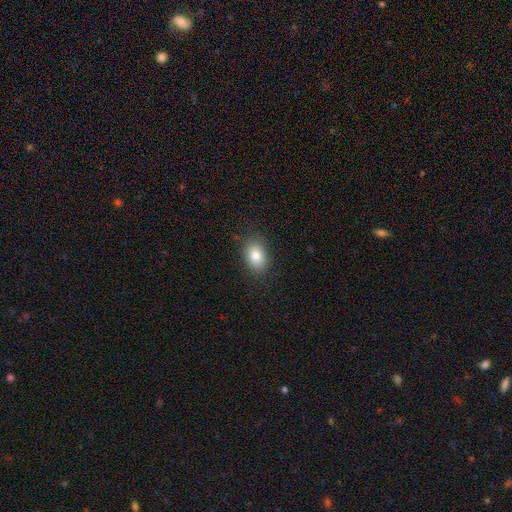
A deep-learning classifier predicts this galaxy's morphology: smooth_or_featured: smooth (p=0.83) [alt: featured or disk p=0.09]
how_rounded: in between (p=0.85) [alt: round p=0.14]
merging: none (p=0.85) [alt: minor disturbance p=0.11]